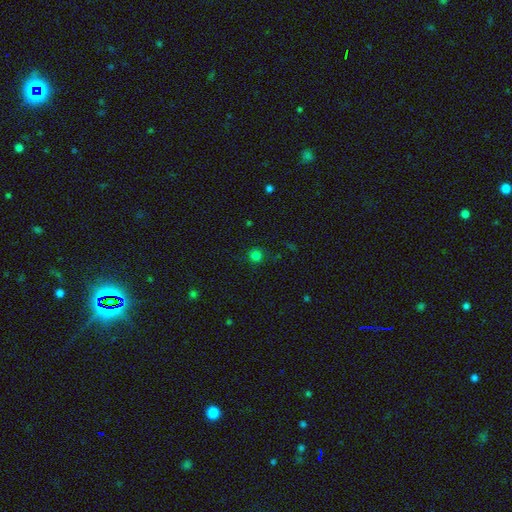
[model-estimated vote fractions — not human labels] Smooth or featured: smooth — 79% (star or artifact — 17%)
How rounded: round — 94% (in between — 5%)
Merging: none — 88% (minor disturbance — 8%)